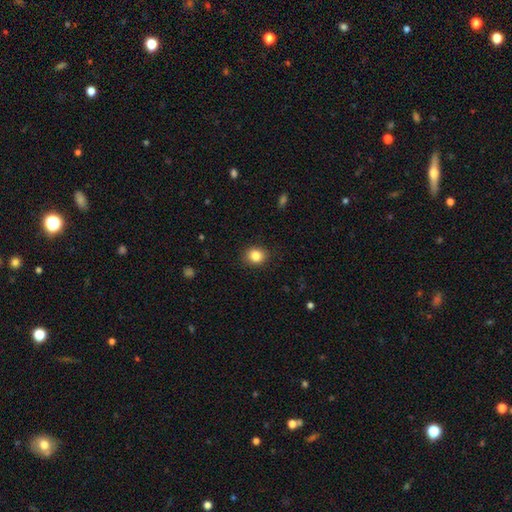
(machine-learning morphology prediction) Q: Smooth or featured?
A: smooth (85%); runner-up: star or artifact (10%)
Q: How rounded?
A: round (72%); runner-up: in between (27%)
Q: Merging?
A: none (88%); runner-up: minor disturbance (8%)